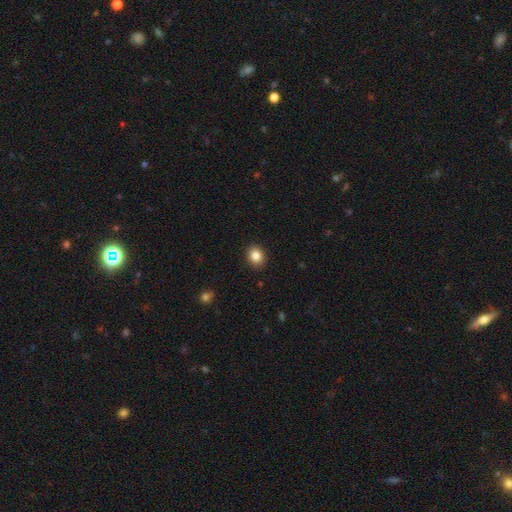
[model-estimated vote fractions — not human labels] smooth-or-featured: smooth: 85% | star or artifact: 9% | featured or disk: 5%
  how-rounded: round: 57% | in between: 42% | cigar-shaped: 1%
  merging: none: 90% | minor disturbance: 7% | major disturbance: 2% | merger: 1%